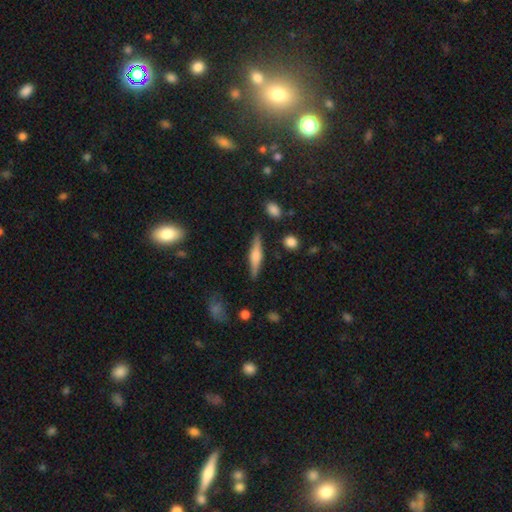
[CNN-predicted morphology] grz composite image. It shows a featured or disk galaxy (52%) viewed edge-on (96%). Merging: none (85%).